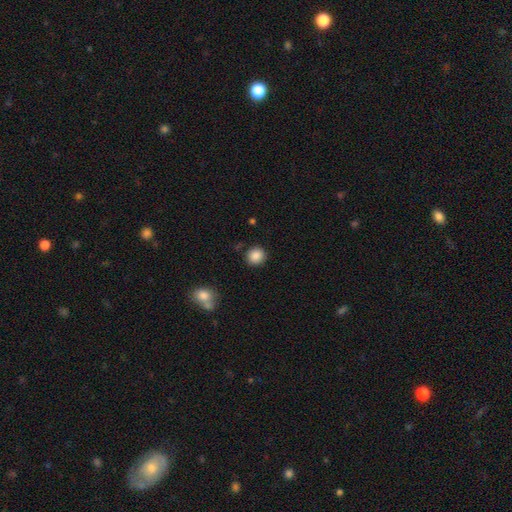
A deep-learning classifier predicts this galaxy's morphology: Q: Smooth or featured?
A: smooth (87%); runner-up: star or artifact (9%)
Q: How rounded?
A: round (89%); runner-up: in between (10%)
Q: Merging?
A: none (88%); runner-up: minor disturbance (7%)